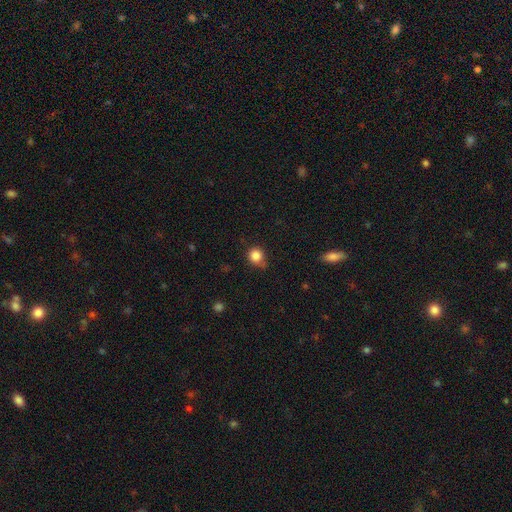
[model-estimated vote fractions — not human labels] Smooth or featured? Predicted: smooth (p=0.84). How rounded? Predicted: round (p=0.83). Merging? Predicted: none (p=0.65).